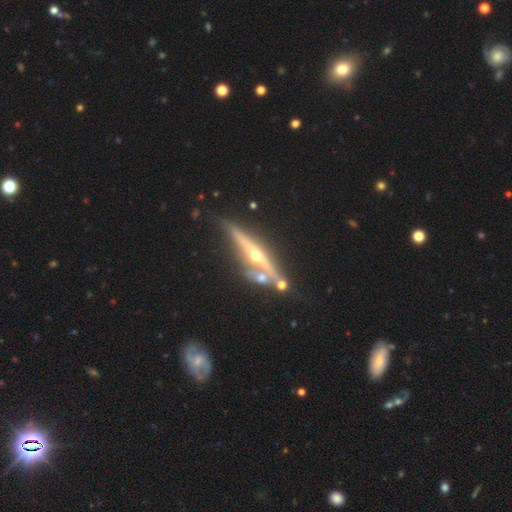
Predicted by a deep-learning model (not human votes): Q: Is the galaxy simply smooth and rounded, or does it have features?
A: featured or disk — 83%.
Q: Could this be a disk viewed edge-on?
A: yes — 94%.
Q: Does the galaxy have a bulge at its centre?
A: rounded — 92%.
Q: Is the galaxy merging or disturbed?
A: none — 68%.